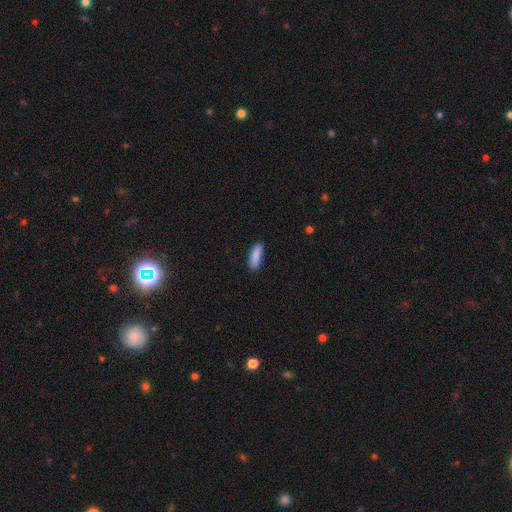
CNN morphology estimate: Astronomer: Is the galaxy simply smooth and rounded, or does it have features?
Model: smooth — 88%.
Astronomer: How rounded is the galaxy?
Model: cigar-shaped — 51% (runner-up: in between, 48%).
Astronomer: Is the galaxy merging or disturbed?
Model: none — 85%.